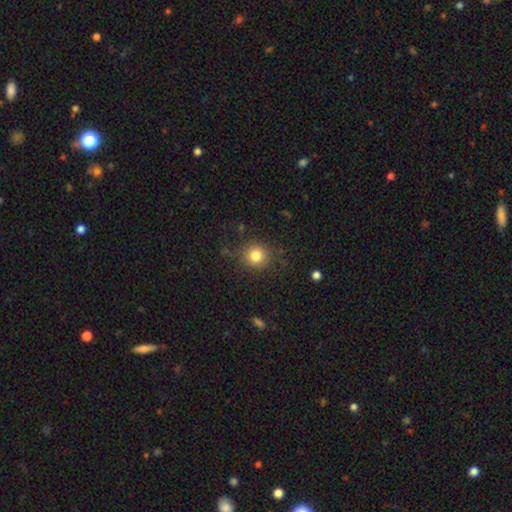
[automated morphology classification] This appears to be a smooth galaxy with no disk features (82%) that is round (90%). Merging: none (83%).